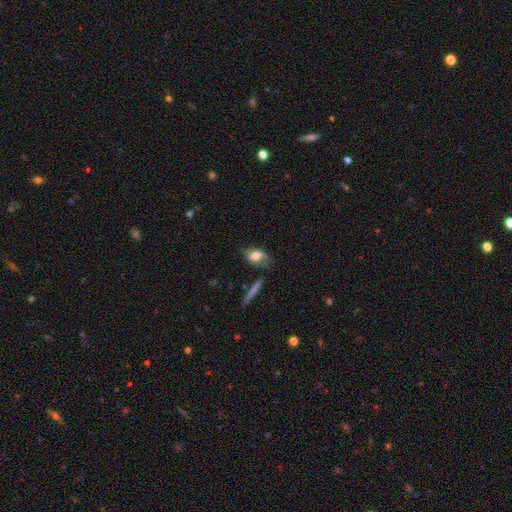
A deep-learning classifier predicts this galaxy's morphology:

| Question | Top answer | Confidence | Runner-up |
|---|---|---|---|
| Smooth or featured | smooth | 55% | featured or disk (37%) |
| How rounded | in between | 80% | round (15%) |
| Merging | none | 56% | minor disturbance (26%) |